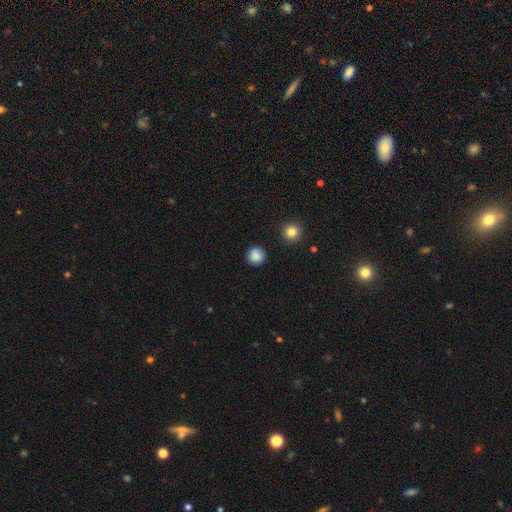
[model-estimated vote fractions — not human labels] A smooth galaxy with no disk features (86%) that is round (94%). Merging: none (89%).